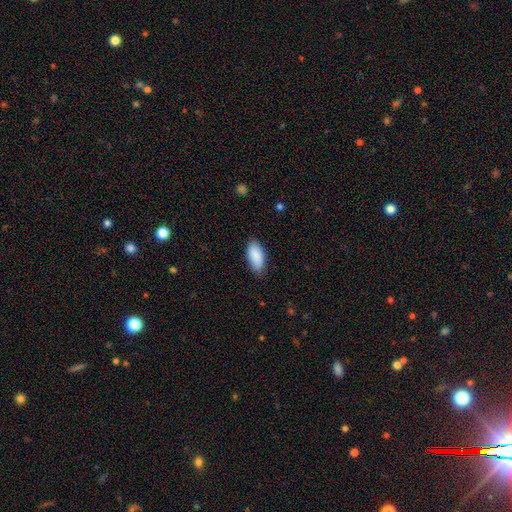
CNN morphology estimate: smooth 89%, star or artifact 6%, featured or disk 5%. Down the decision tree: how rounded — in between (91%); merging — none (82%).